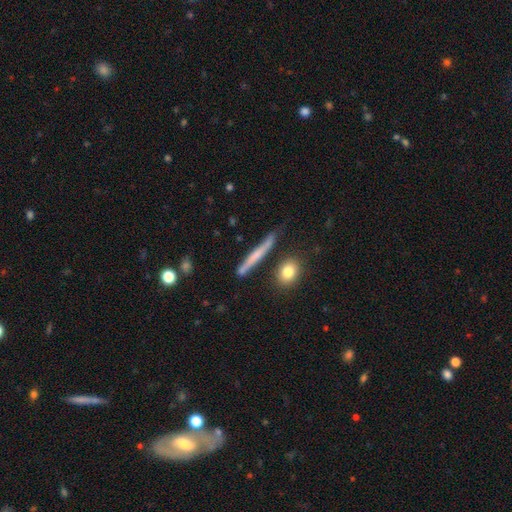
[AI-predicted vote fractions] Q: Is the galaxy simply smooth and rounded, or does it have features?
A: smooth — 49%.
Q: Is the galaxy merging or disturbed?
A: none — 77%.